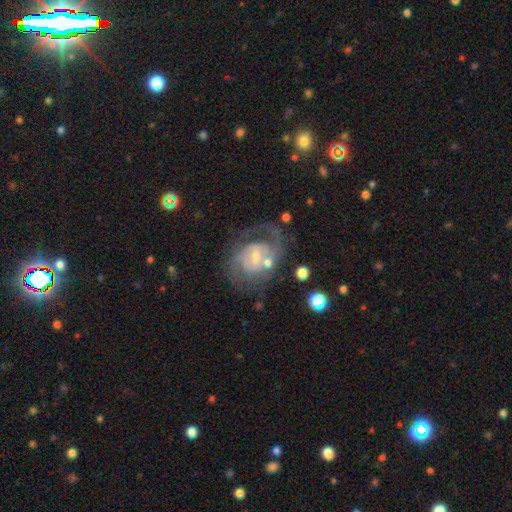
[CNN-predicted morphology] smooth-or-featured: featured or disk: 82% | smooth: 11% | star or artifact: 7%
  disk-edge-on: no: 97% | yes: 3%
    bar: no: 47% | weak: 42% | strong: 11%
    has-spiral-arms: yes: 88% | no: 12%
      spiral-winding: medium: 45% | tight: 36% | loose: 19%
      spiral-arm-count: 2: 54% | can't tell: 20% | 1: 15% | 3: 7% | 4: 2% | more than 4: 2%
    bulge-size: small: 59% | moderate: 35% | none: 3% | large: 3% | dominant: 1%
  merging: none: 49% | major disturbance: 22% | minor disturbance: 18% | merger: 10%